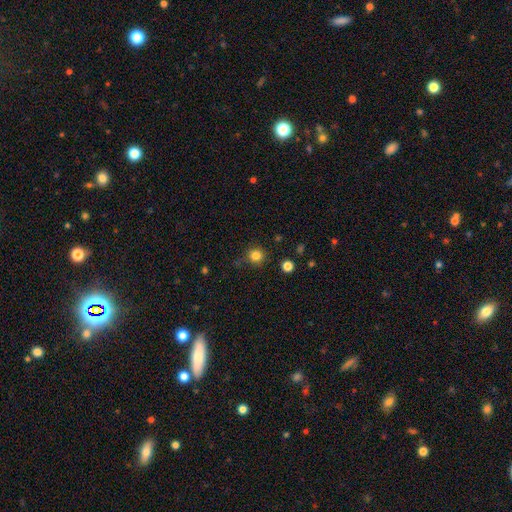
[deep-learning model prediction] Smooth or featured? Predicted: smooth (p=0.82). How rounded? Predicted: round (p=0.92). Merging? Predicted: none (p=0.79).